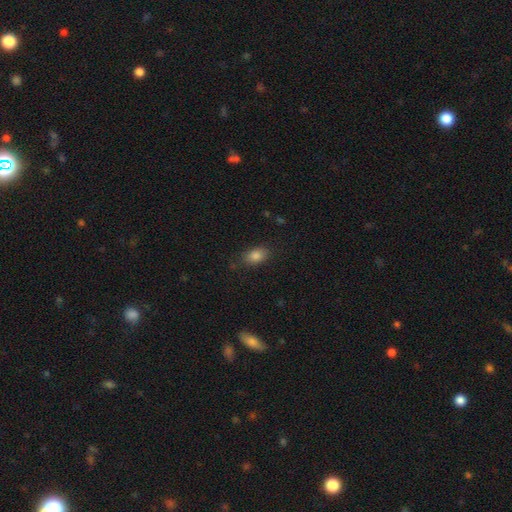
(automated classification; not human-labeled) This is clearly a smooth galaxy (84%). How rounded: clearly in between (83%). Merging: likely none (79%).